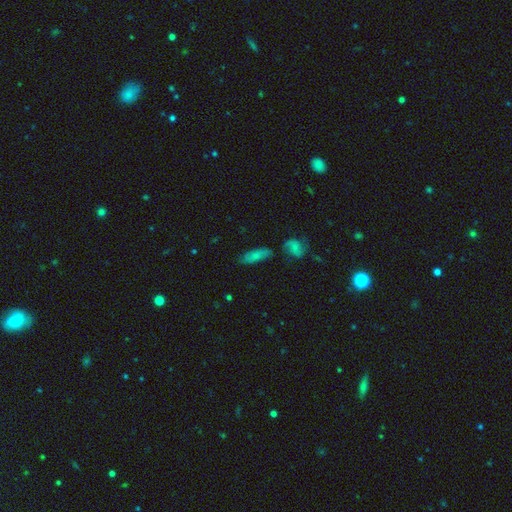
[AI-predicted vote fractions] Smooth or featured?
  - smooth: 70% *
  - featured or disk: 21%
  - star or artifact: 8%
How rounded?
  - in between: 67% *
  - cigar-shaped: 29%
  - round: 3%
Merging?
  - none: 70% *
  - minor disturbance: 17%
  - merger: 9%
  - major disturbance: 5%